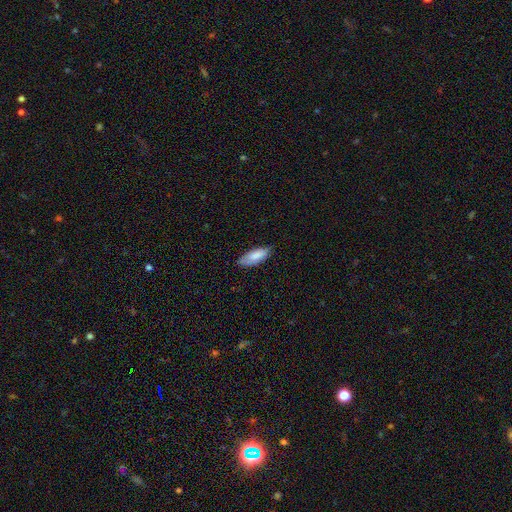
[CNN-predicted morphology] smooth_or_featured: smooth (p=0.84) [alt: featured or disk p=0.10]
how_rounded: in between (p=0.73) [alt: cigar-shaped p=0.25]
merging: none (p=0.76) [alt: minor disturbance p=0.20]